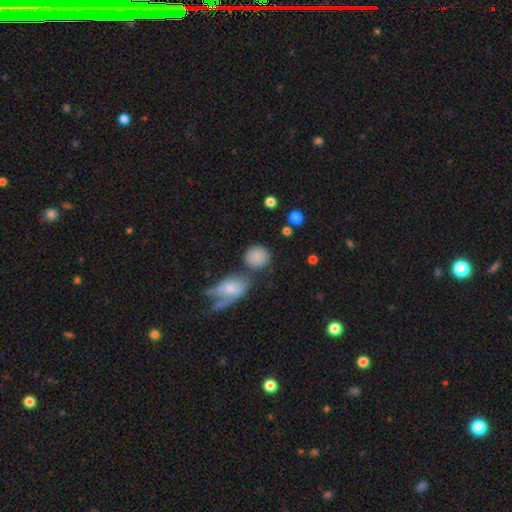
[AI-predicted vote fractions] Morphology: type=smooth (83%); roundness=round (79%); merging=none (61%).